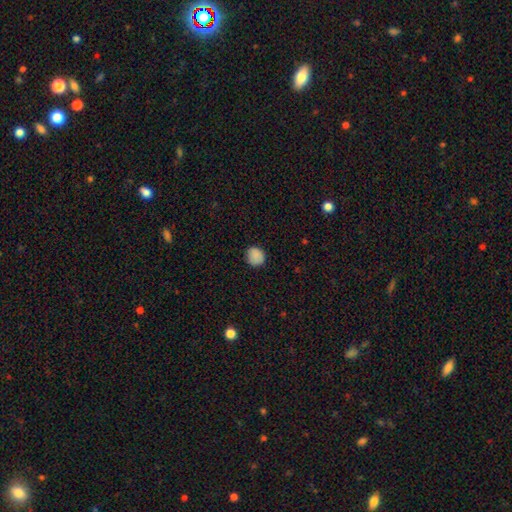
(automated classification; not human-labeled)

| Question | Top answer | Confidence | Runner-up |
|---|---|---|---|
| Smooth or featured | smooth | 87% | star or artifact (9%) |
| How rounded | round | 89% | in between (10%) |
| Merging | none | 87% | minor disturbance (10%) |